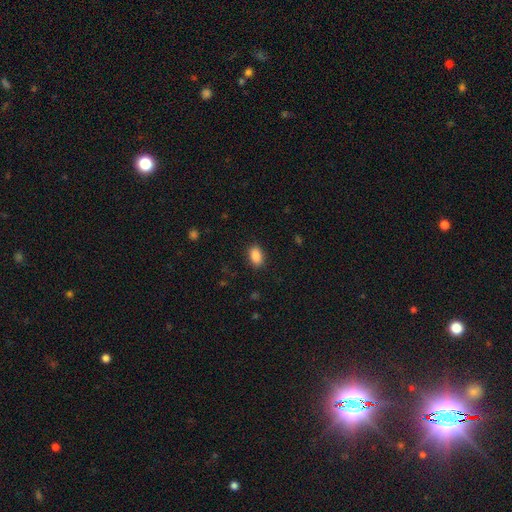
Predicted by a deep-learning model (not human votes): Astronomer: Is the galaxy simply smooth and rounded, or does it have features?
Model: smooth — 88%.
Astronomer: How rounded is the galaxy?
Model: in between — 88%.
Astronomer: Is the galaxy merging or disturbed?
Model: none — 88%.